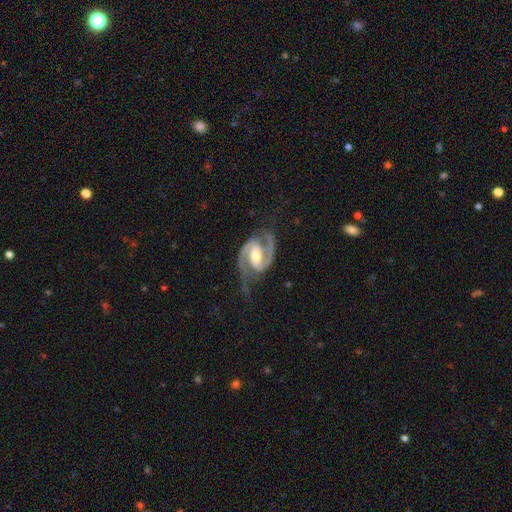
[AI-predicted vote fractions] Overall: featured or disk (93%). Edge-on disk: no (98%). Bar: strong (42%; weak 39%). Spiral arms: yes (98%). Spiral arm count: 2 (94%). Spiral winding: medium (56%; tight 32%). Bulge size: moderate (64%; small 26%). Merging: none (68%).